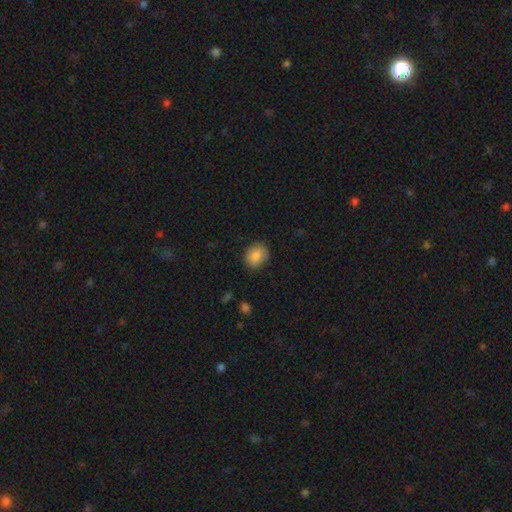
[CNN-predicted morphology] A smooth galaxy with no disk features (87%) that is round (57%). Merging: none (83%).